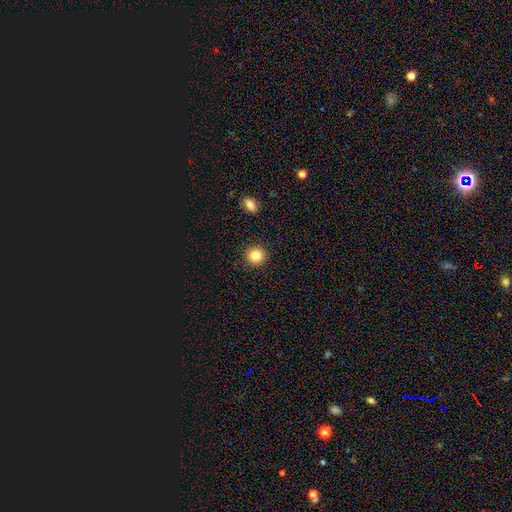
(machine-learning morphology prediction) Q: Smooth or featured?
A: smooth (84%); runner-up: star or artifact (10%)
Q: How rounded?
A: round (91%); runner-up: in between (8%)
Q: Merging?
A: none (91%); runner-up: minor disturbance (6%)